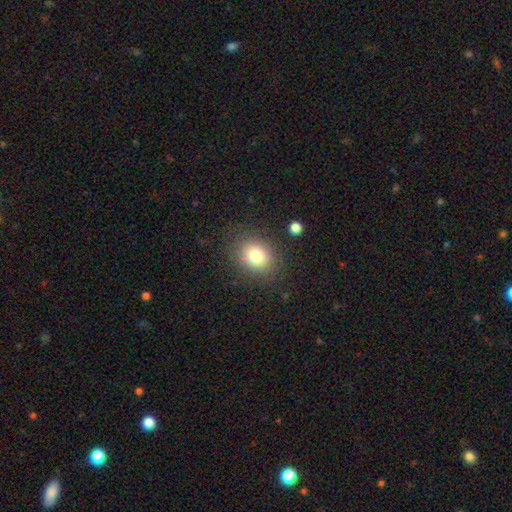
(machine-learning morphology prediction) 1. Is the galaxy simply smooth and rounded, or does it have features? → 79% smooth, 11% star or artifact, 10% featured or disk.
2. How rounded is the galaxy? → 54% round, 45% in between, 1% cigar-shaped.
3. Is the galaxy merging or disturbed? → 82% none, 11% minor disturbance, 5% major disturbance, 2% merger.